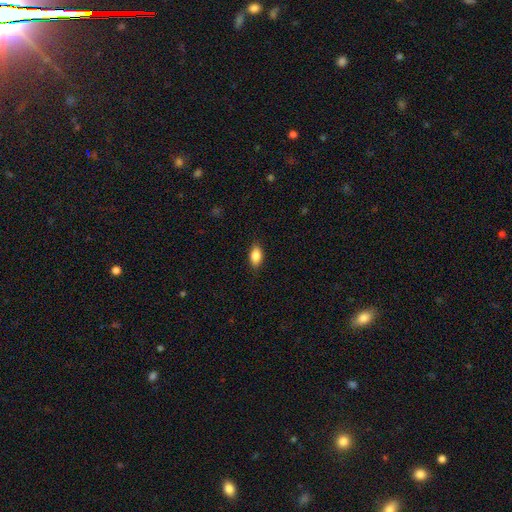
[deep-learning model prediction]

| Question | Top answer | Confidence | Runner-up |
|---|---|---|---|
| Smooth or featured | smooth | 85% | featured or disk (7%) |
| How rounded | in between | 88% | round (7%) |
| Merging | none | 85% | minor disturbance (11%) |